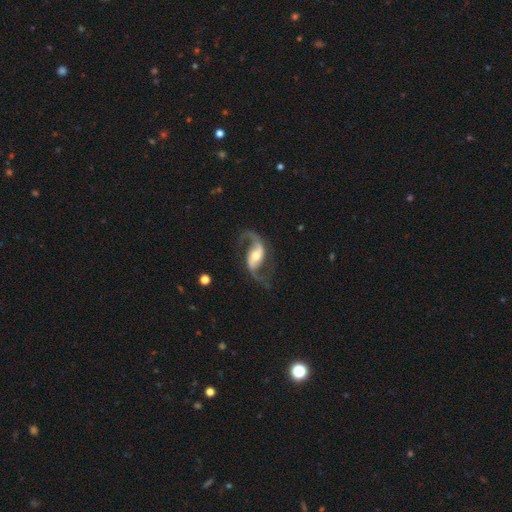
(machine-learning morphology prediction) featured or disk 92%, smooth 4%, star or artifact 4%. Down the decision tree: edge-on disk — no (97%); bar — weak (37%); spiral arms — yes (97%); spiral arm count — 2 (93%); spiral winding — loose (67%); bulge size — moderate (61%); merging — none (76%).